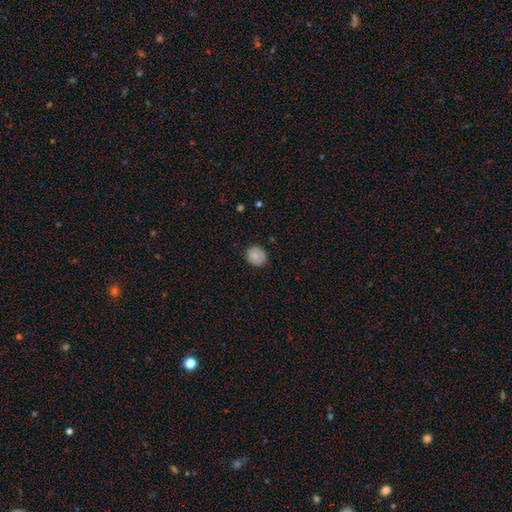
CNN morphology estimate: Overall: smooth (82%). How rounded: round (78%). Merging: none (85%).